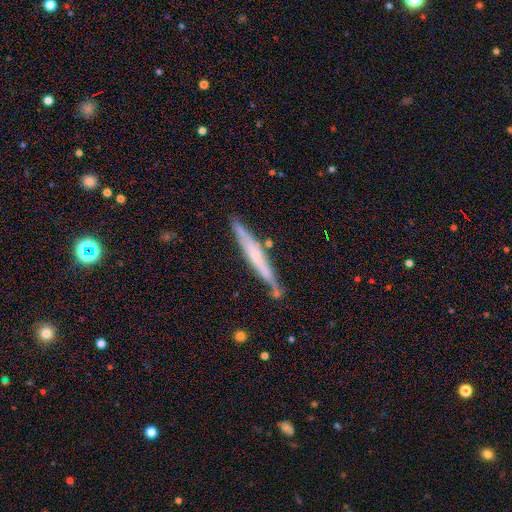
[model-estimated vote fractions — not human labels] This appears to be a featured or disk galaxy (53%) viewed edge-on (95%) with no central bulge (64%). Merging: none (80%).